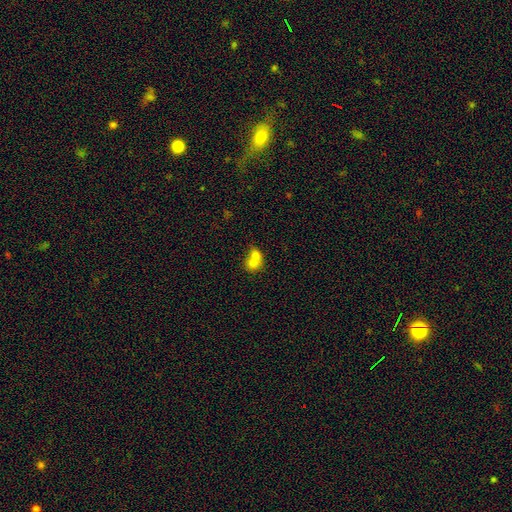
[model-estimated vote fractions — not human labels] This appears to be a smooth galaxy with no disk features (70%) that is round (65%). Merging: merger (72%).